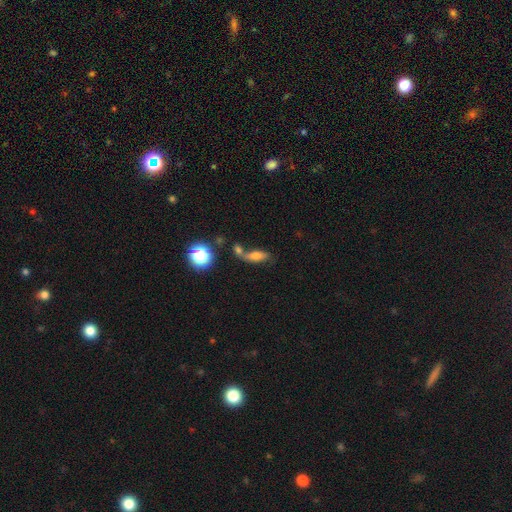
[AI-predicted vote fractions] A smooth galaxy with no disk features (65%) that is in between round and cigar-shaped (66%). Merging: none (40%).